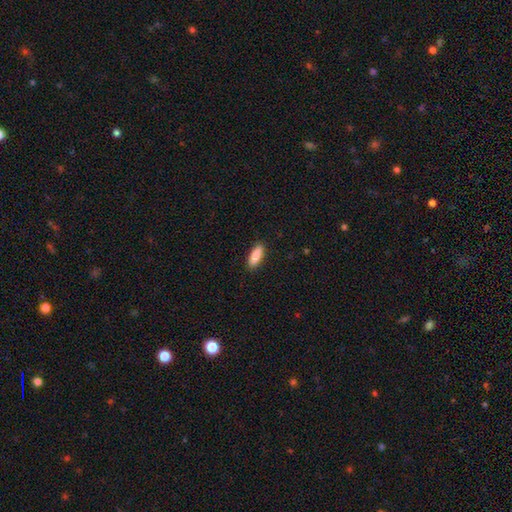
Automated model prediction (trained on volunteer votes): A smooth galaxy with no disk features (89%) that is in between round and cigar-shaped (62%).

Vote fractions:
- Smooth or featured? smooth: 89% / star or artifact: 6% / featured or disk: 5%
- How rounded? in between: 62% / cigar-shaped: 37% / round: 2%
- Merging? none: 89% / minor disturbance: 8% / major disturbance: 2% / merger: 1%